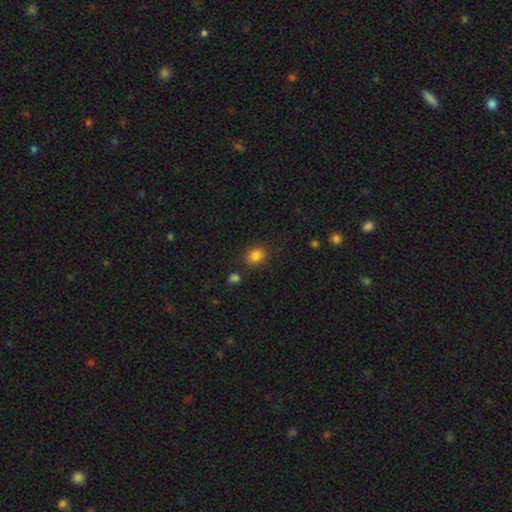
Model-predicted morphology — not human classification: The model was most divided on "how rounded": round: 79%, in between: 20%, cigar-shaped: 1%. More confident: merging — none (84%); smooth or featured — smooth (83%).